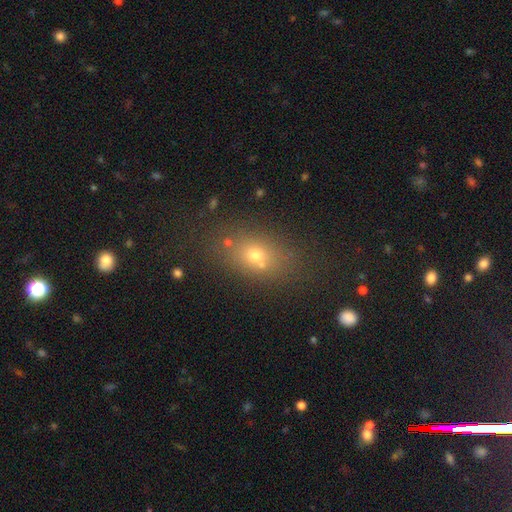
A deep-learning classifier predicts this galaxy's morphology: The model was most divided on "how rounded": in between: 67%, round: 30%, cigar-shaped: 3%. More confident: merging — none (68%); smooth or featured — smooth (64%).